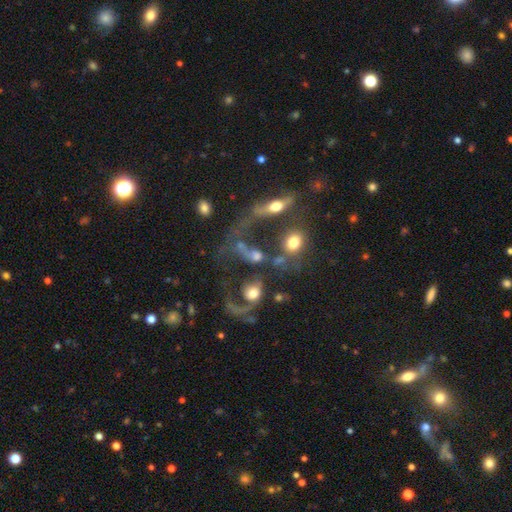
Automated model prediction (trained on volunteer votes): This appears to be a featured or disk galaxy (53%). Merging: merger (35%).